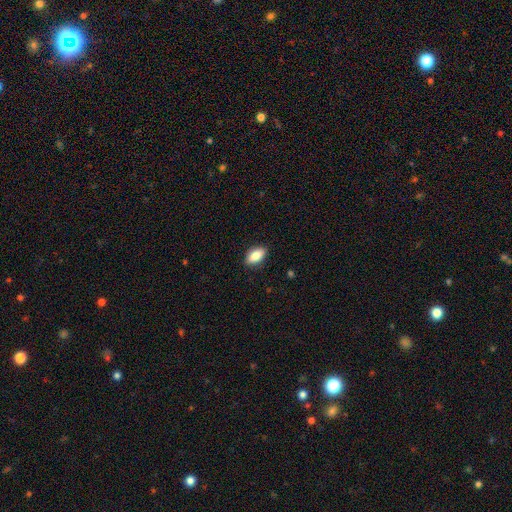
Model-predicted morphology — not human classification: Q: Smooth or featured?
A: smooth (85%); runner-up: featured or disk (8%)
Q: How rounded?
A: in between (91%); runner-up: round (5%)
Q: Merging?
A: none (87%); runner-up: minor disturbance (10%)